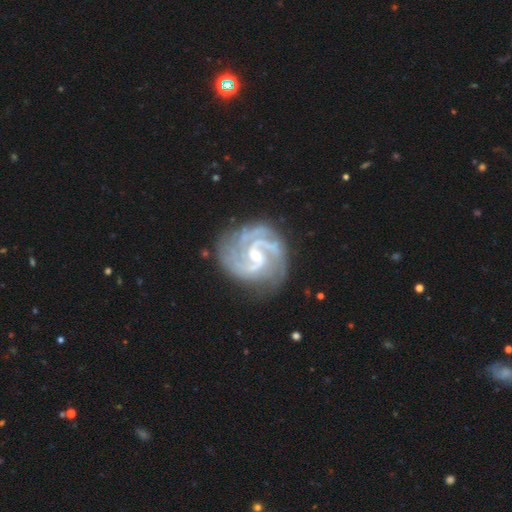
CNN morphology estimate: A featured or disk galaxy (93%) with a weak bar (48%), 2 (50%) medium (47%) spiral arms (99%) and a small central bulge (64%).

Vote fractions:
- Smooth or featured? featured or disk: 93% / star or artifact: 5% / smooth: 3%
- Edge-on disk? no: 98% / yes: 2%
- Bar? weak: 48% / no: 33% / strong: 19%
- Spiral arms? yes: 99% / no: 1%
- Spiral winding? medium: 47% / tight: 46% / loose: 7%
- Spiral arm count? 2: 50% / 3: 24% / can't tell: 8% / 4: 8% / more than 4: 5% / 1: 5%
- Bulge size? small: 64% / moderate: 32% / none: 1% / large: 1% / dominant: 1%
- Merging? none: 76% / minor disturbance: 16% / major disturbance: 6% / merger: 2%